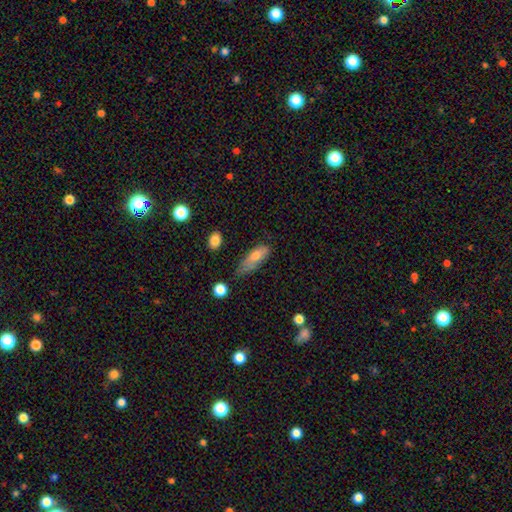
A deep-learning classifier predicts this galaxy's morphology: A smooth galaxy with no disk features (74%) that is in between round and cigar-shaped (68%).

Vote fractions:
- Smooth or featured? smooth: 74% / featured or disk: 18% / star or artifact: 8%
- How rounded? in between: 68% / cigar-shaped: 29% / round: 3%
- Merging? minor disturbance: 40% / none: 38% / major disturbance: 18% / merger: 4%